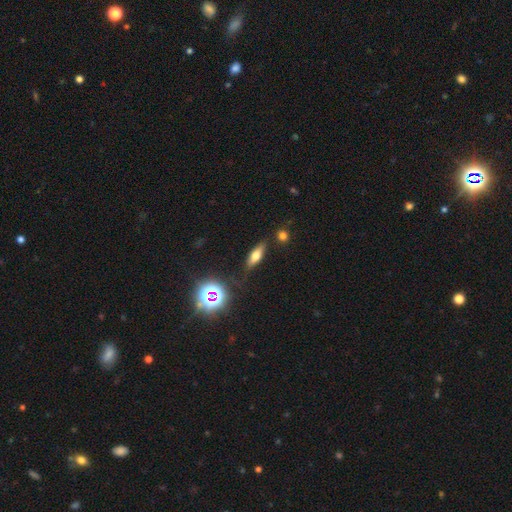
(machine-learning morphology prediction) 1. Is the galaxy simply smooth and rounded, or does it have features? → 56% smooth, 30% featured or disk, 15% star or artifact.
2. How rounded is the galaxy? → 54% in between, 41% cigar-shaped, 6% round.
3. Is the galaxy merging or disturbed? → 80% none, 13% minor disturbance, 4% major disturbance, 3% merger.